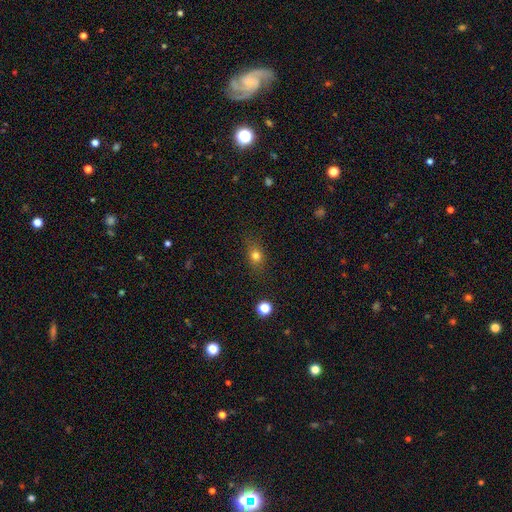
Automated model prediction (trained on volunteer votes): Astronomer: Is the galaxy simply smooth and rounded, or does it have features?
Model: smooth — 76%.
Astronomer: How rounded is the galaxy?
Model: in between — 49% (runner-up: round, 48%).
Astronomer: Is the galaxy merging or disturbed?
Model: none — 80%.